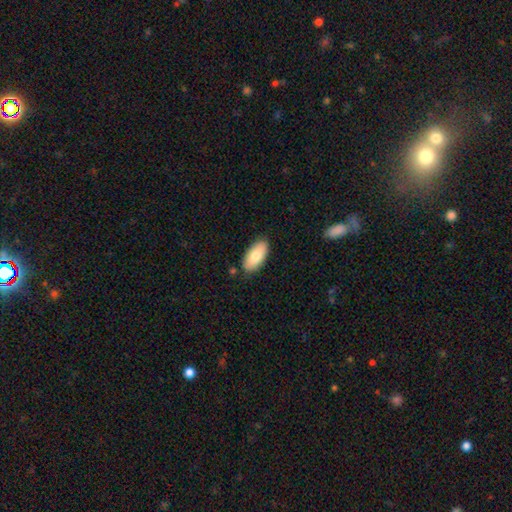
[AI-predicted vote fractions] A smooth galaxy with no disk features (81%) that is in between round and cigar-shaped (92%). Merging: none (84%).